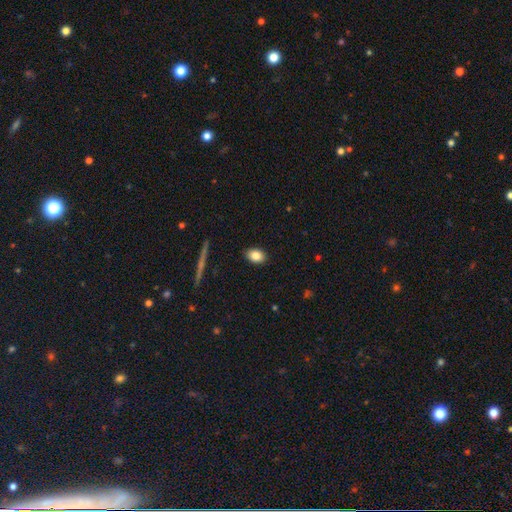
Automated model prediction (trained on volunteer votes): smooth-or-featured: smooth: 84% | star or artifact: 8% | featured or disk: 8%
  how-rounded: in between: 84% | round: 15% | cigar-shaped: 2%
  merging: none: 89% | minor disturbance: 8% | major disturbance: 2% | merger: 1%